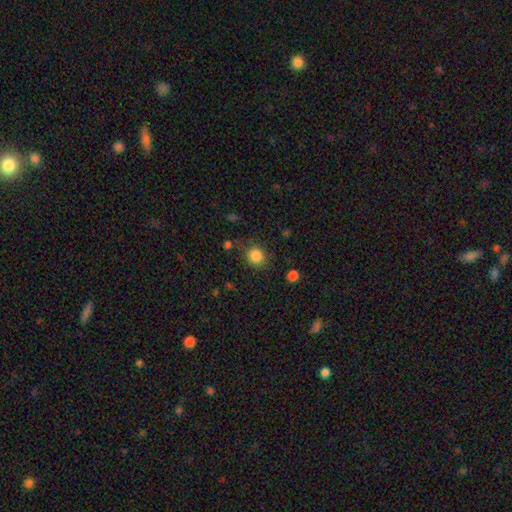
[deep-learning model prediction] Smooth or featured? Predicted: smooth (p=0.85). How rounded? Predicted: round (p=0.84). Merging? Predicted: none (p=0.79).